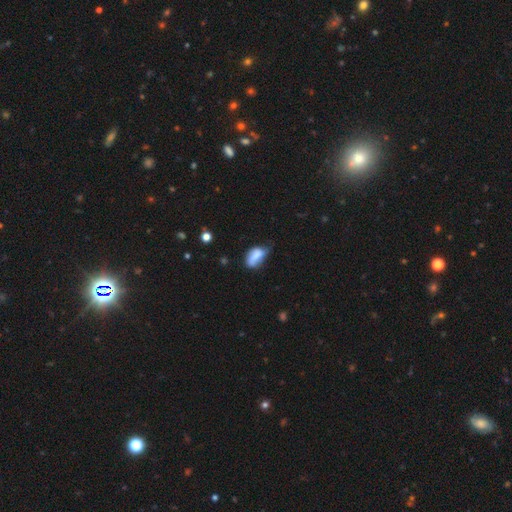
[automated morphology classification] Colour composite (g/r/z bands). It shows a smooth galaxy with no disk features (73%) that is in between round and cigar-shaped (89%). Merging: minor disturbance (42%).